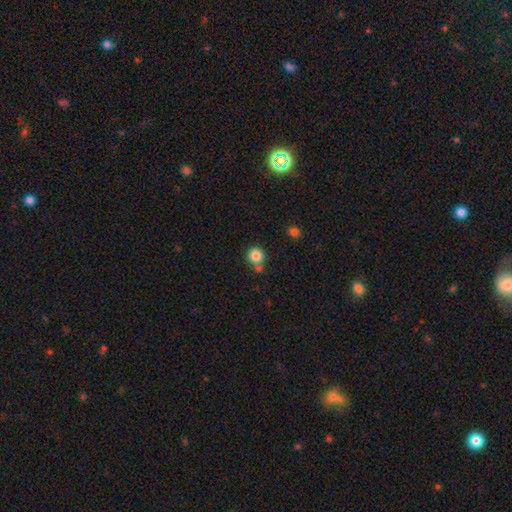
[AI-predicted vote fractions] Smooth or featured? smooth (84%)
How rounded? round (93%)
Merging? none (67%)